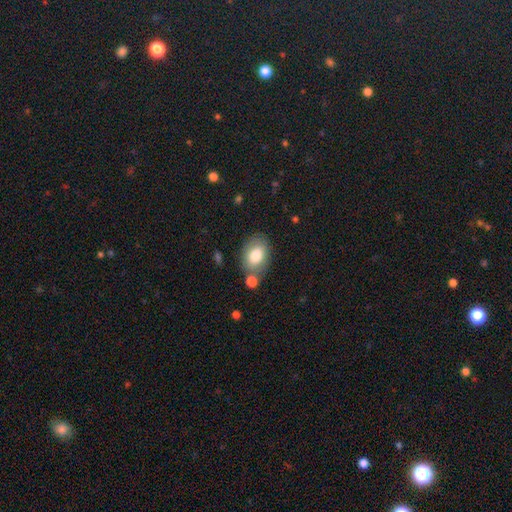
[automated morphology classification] smooth_or_featured: smooth (p=0.79) [alt: featured or disk p=0.14]
how_rounded: in between (p=0.81) [alt: round p=0.18]
merging: none (p=0.70) [alt: minor disturbance p=0.15]